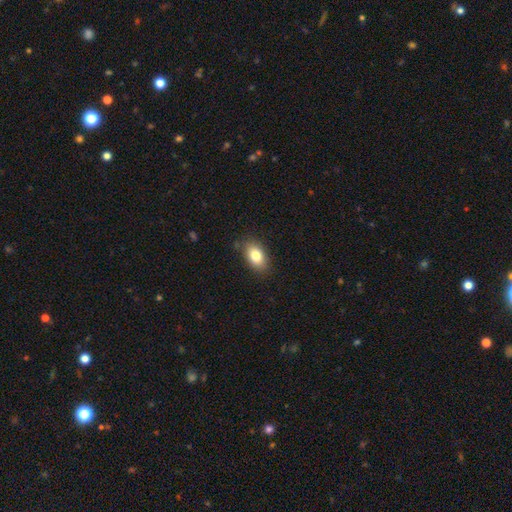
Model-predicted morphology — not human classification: smooth 81%, featured or disk 11%, star or artifact 8%. Down the decision tree: how rounded — in between (88%); merging — none (84%).